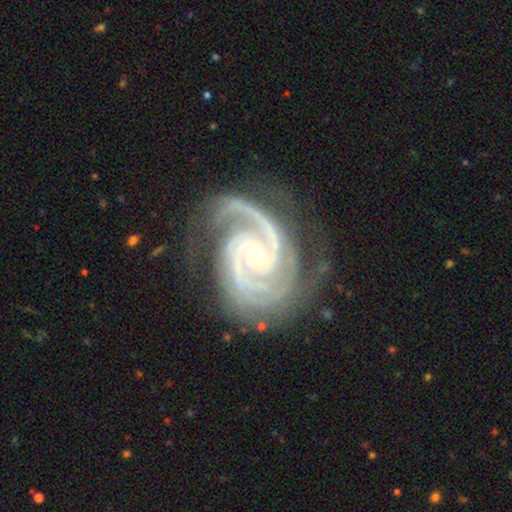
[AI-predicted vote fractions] A featured or disk galaxy (94%) with no bar (63%), 2 (48%) tight (61%) spiral arms (99%) and a small central bulge (66%). Merging: none (70%).